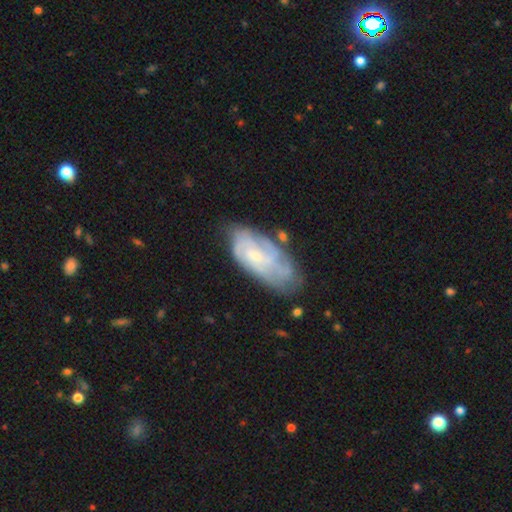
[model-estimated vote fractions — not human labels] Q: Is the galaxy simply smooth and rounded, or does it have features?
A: featured or disk — 72%.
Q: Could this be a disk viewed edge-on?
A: no — 94%.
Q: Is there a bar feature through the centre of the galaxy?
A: no — 64%.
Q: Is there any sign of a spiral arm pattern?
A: yes — 84%.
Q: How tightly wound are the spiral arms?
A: tight — 57%.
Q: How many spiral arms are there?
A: can't tell — 49%.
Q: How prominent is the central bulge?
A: small — 62%.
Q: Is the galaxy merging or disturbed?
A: none — 55%.